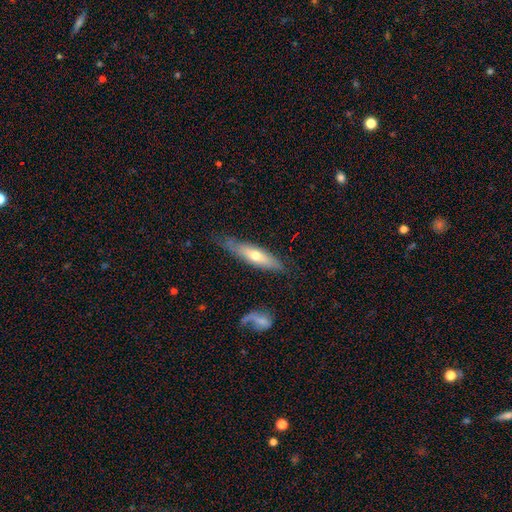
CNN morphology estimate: smooth 48%, featured or disk 46%, star or artifact 6%. Down the decision tree: merging — none (70%).